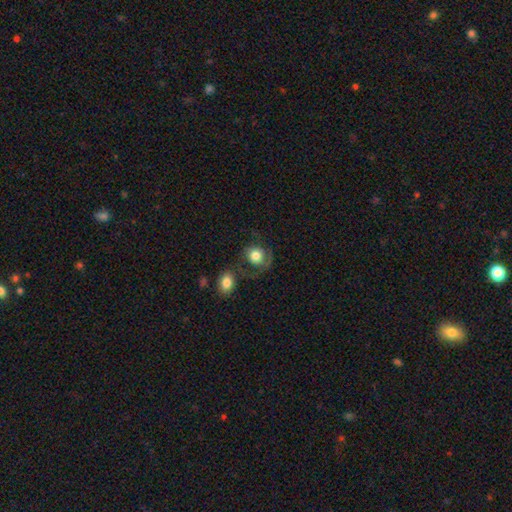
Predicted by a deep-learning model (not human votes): Morphology: type=smooth (69%); roundness=round (78%); merging=none (49%).